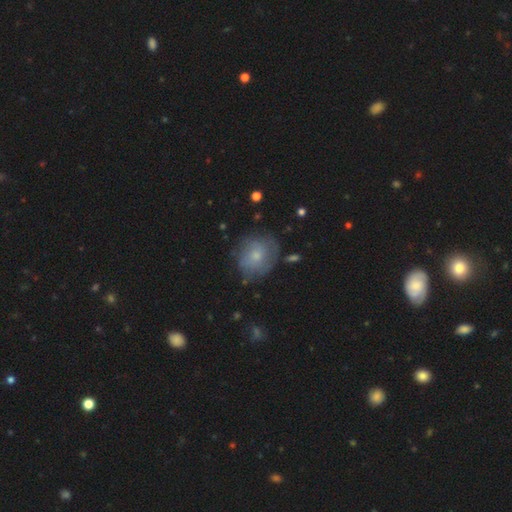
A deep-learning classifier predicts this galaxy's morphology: type=smooth (60%); roundness=round (70%); merging=none (65%).